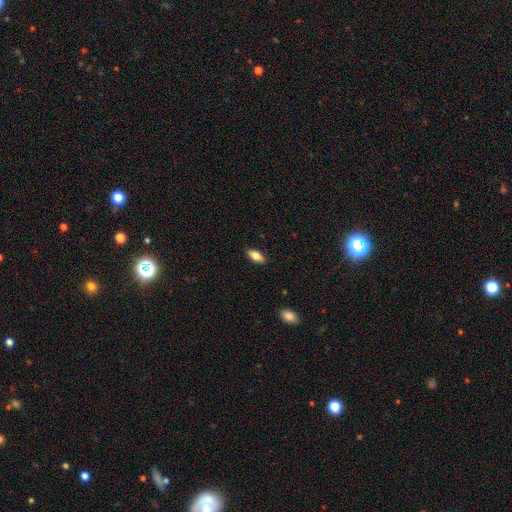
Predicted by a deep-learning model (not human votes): Morphology: type=smooth (77%); roundness=in between (86%); merging=none (88%).